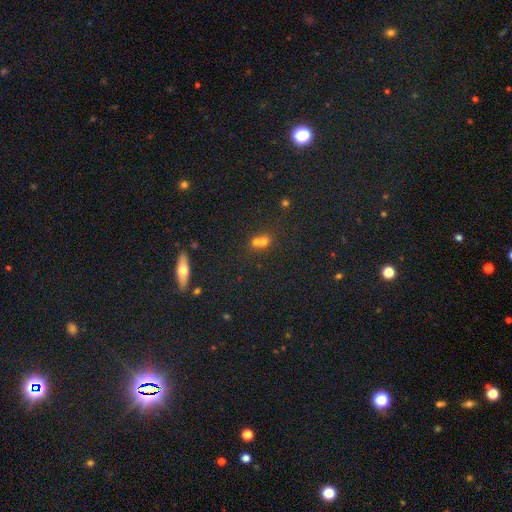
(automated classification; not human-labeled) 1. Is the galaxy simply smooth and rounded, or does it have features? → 59% star or artifact, 30% smooth, 11% featured or disk.